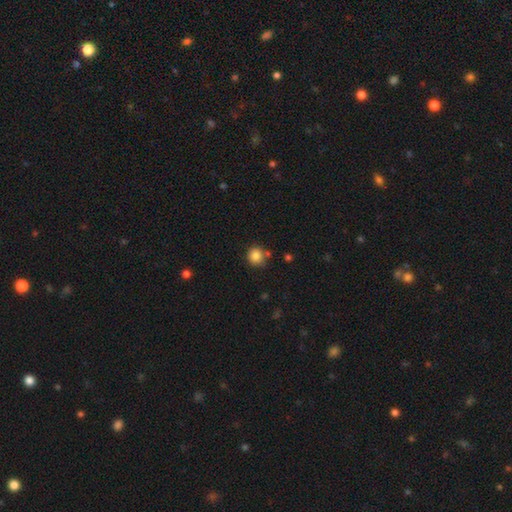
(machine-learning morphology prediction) Smooth or featured?
  - smooth: 85% *
  - star or artifact: 10%
  - featured or disk: 5%
How rounded?
  - round: 91% *
  - in between: 9%
  - cigar-shaped: 1%
Merging?
  - none: 75% *
  - minor disturbance: 13%
  - merger: 9%
  - major disturbance: 3%